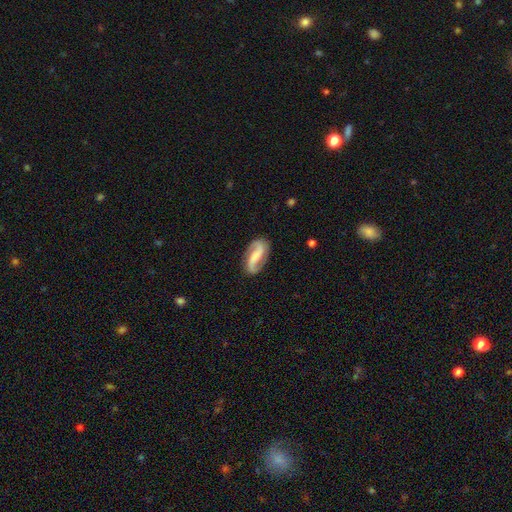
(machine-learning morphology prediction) Smooth or featured?
  - featured or disk: 81% *
  - smooth: 14%
  - star or artifact: 5%
Edge-on disk?
  - no: 97% *
  - yes: 3%
Bar?
  - weak: 38% *
  - strong: 36%
  - no: 26%
Spiral arms?
  - yes: 96% *
  - no: 4%
Spiral winding?
  - loose: 47% *
  - medium: 38%
  - tight: 15%
Spiral arm count?
  - 2: 92% *
  - can't tell: 2%
  - 1: 2%
  - 3: 1%
  - 4: 1%
  - more than 4: 1%
Bulge size?
  - small: 32% *
  - none: 30%
  - moderate: 26%
  - large: 10%
  - dominant: 2%
Merging?
  - none: 82% *
  - minor disturbance: 12%
  - major disturbance: 4%
  - merger: 1%